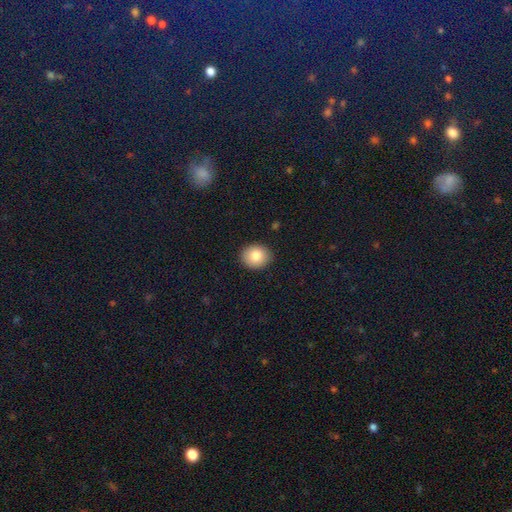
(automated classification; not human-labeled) The model was most divided on "how rounded": round: 63%, in between: 37%, cigar-shaped: 1%. More confident: merging — none (89%); smooth or featured — smooth (83%).